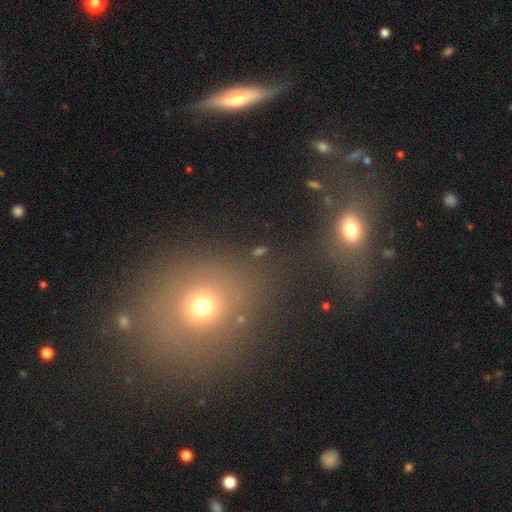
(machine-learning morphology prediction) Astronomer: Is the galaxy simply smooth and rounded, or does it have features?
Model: smooth — 56%.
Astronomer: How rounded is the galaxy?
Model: round — 68%.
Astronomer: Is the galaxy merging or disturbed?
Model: none — 62%.